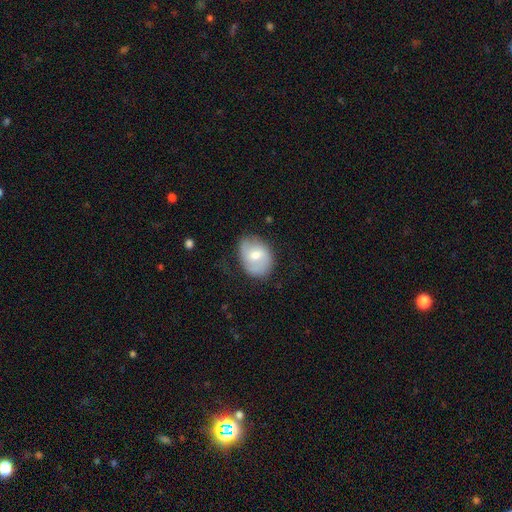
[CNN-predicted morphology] smooth_or_featured: smooth (p=0.52) [alt: featured or disk p=0.41]
how_rounded: in between (p=0.63) [alt: round p=0.36]
merging: none (p=0.65) [alt: minor disturbance p=0.25]